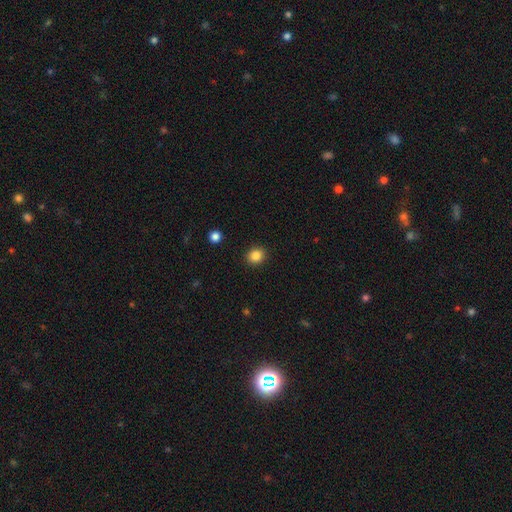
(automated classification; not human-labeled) Smooth or featured? smooth (86%)
How rounded? round (77%)
Merging? none (92%)